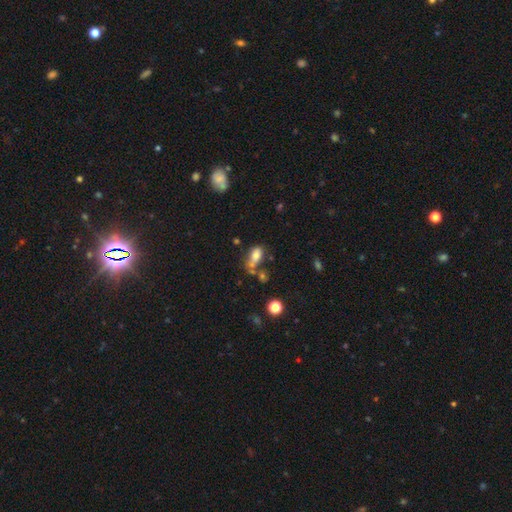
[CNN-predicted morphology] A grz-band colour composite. It shows a smooth galaxy with no disk features (74%) that is in between round and cigar-shaped (84%). Merging: none (37%).